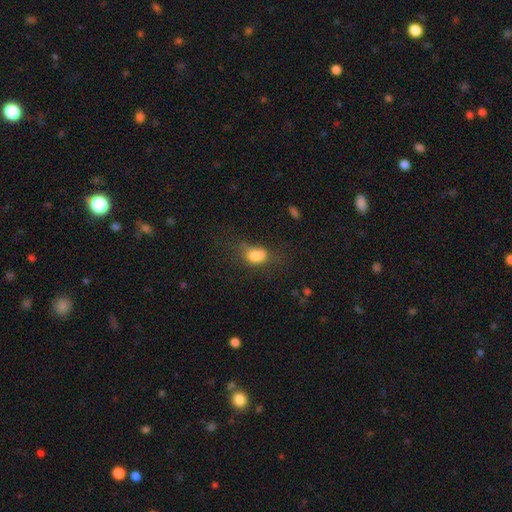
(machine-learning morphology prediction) Smooth or featured: smooth — 78% (star or artifact — 11%)
How rounded: in between — 70% (round — 29%)
Merging: none — 41% (minor disturbance — 30%)